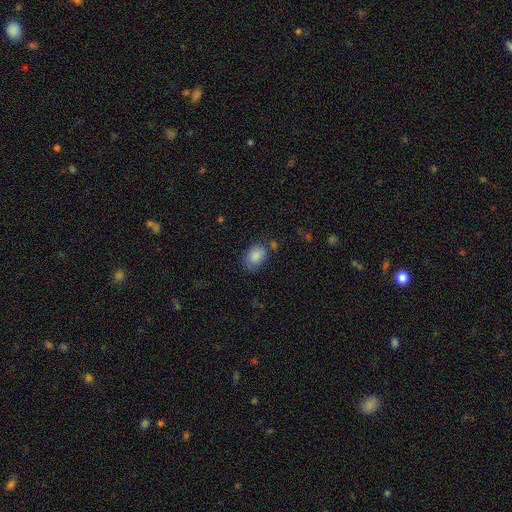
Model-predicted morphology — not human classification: This is clearly a smooth galaxy (85%). How rounded: likely in between (78%). Merging: likely none (65%).